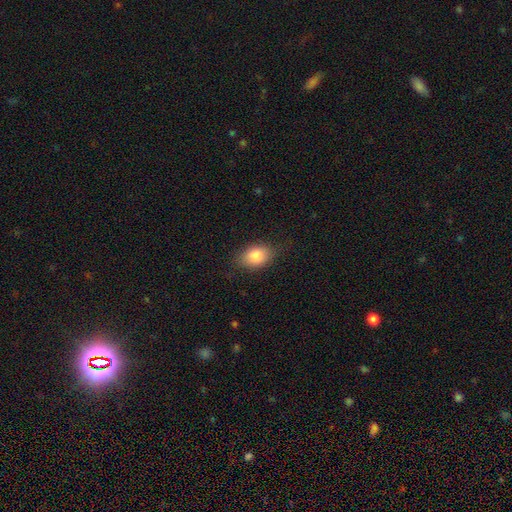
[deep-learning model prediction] This is clearly a smooth galaxy (84%). How rounded: clearly in between (80%). Merging: likely none (76%).